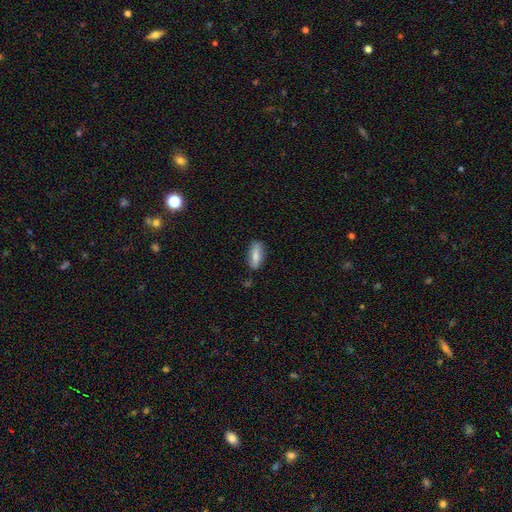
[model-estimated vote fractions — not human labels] This appears to be a smooth galaxy with no disk features (77%) that is in between round and cigar-shaped (73%). Merging: none (77%).